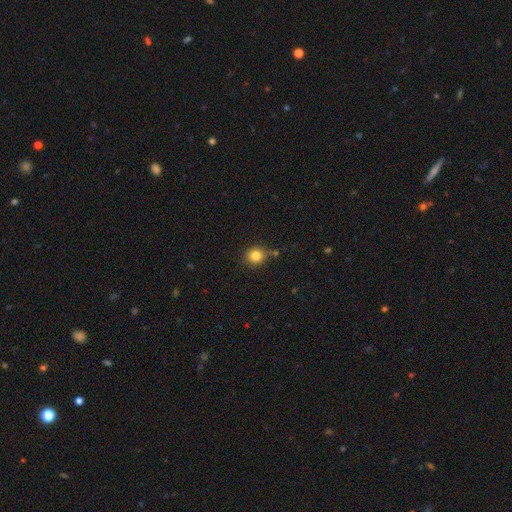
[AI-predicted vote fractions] smooth 82%, star or artifact 11%, featured or disk 6%. Down the decision tree: how rounded — round (86%); merging — none (72%).